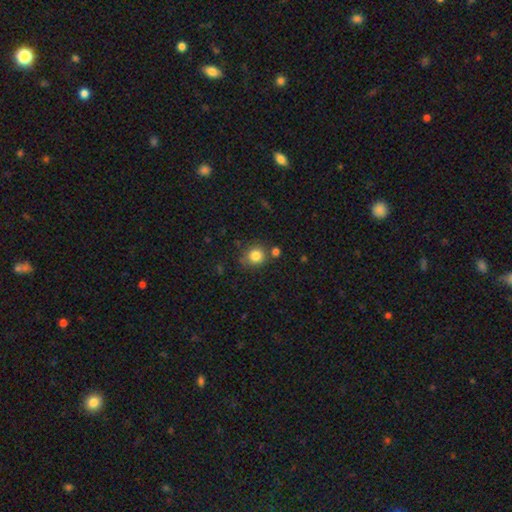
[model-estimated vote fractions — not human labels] Smooth or featured?
  - smooth: 83% *
  - star or artifact: 11%
  - featured or disk: 6%
How rounded?
  - round: 86% *
  - in between: 13%
  - cigar-shaped: 1%
Merging?
  - none: 73% *
  - minor disturbance: 13%
  - merger: 10%
  - major disturbance: 4%